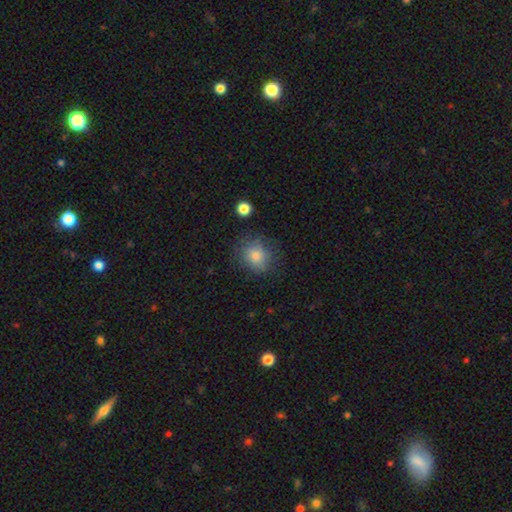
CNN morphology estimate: Smooth or featured: smooth — 82% (star or artifact — 10%)
How rounded: round — 79% (in between — 20%)
Merging: none — 77% (minor disturbance — 16%)